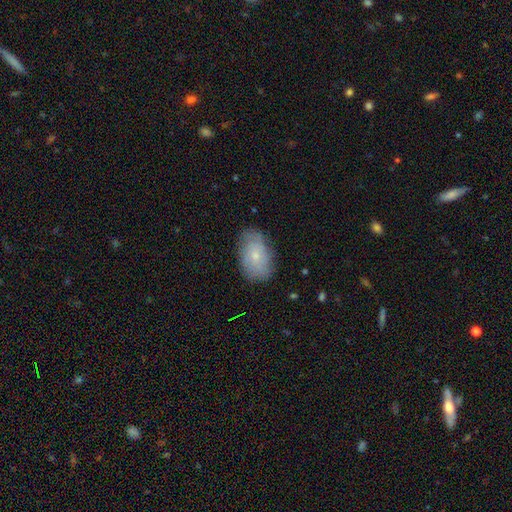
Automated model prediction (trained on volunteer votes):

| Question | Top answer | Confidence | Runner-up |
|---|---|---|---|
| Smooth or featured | smooth | 56% | featured or disk (35%) |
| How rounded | in between | 90% | round (9%) |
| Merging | none | 75% | minor disturbance (20%) |